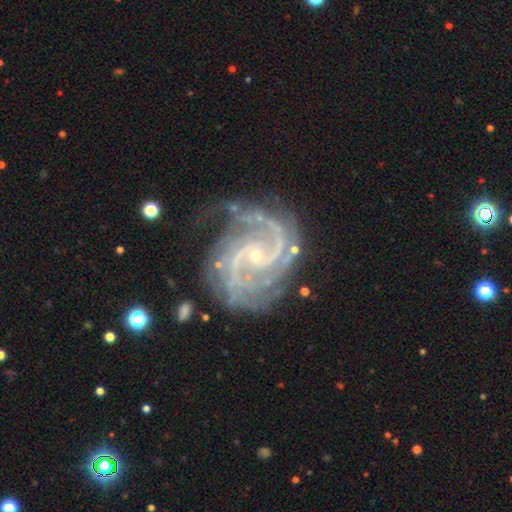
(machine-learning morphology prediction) featured or disk 93%, star or artifact 5%, smooth 2%. Down the decision tree: edge-on disk — no (98%); bar — no (54%); spiral arms — yes (99%); spiral arm count — 2 (55%); spiral winding — medium (47%); bulge size — small (83%); merging — none (67%).